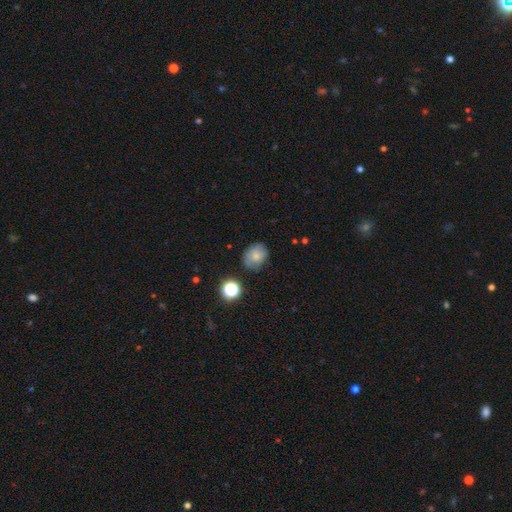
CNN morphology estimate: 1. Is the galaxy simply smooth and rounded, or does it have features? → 74% smooth, 14% featured or disk, 12% star or artifact.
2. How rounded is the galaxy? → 57% round, 42% in between, 1% cigar-shaped.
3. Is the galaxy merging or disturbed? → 71% none, 21% minor disturbance, 5% major disturbance, 3% merger.